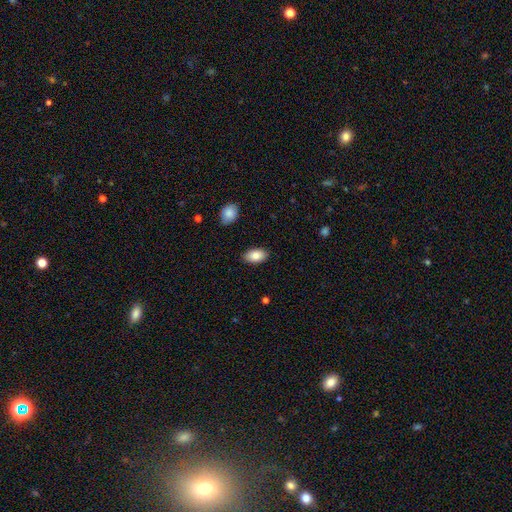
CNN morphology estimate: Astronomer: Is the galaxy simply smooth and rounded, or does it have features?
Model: smooth — 85%.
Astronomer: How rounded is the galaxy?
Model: in between — 94%.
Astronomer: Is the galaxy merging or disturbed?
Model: none — 87%.